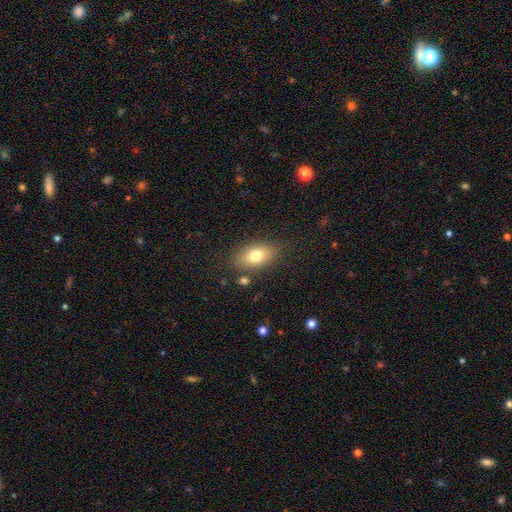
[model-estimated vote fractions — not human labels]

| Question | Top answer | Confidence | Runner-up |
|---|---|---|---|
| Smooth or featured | smooth | 77% | featured or disk (15%) |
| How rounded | in between | 87% | round (10%) |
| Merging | none | 81% | minor disturbance (12%) |